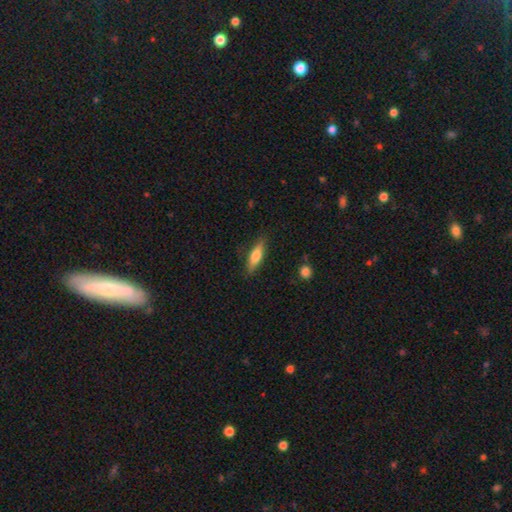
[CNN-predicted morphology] Smooth or featured? Predicted: smooth (p=0.62). How rounded? Predicted: cigar-shaped (p=0.61). Merging? Predicted: none (p=0.84).